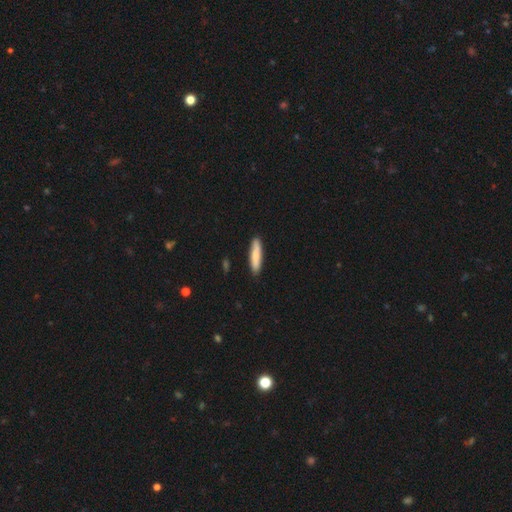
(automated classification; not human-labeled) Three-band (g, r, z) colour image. It shows a smooth galaxy with no disk features (78%) that is cigar-shaped (82%). Merging: none (89%).